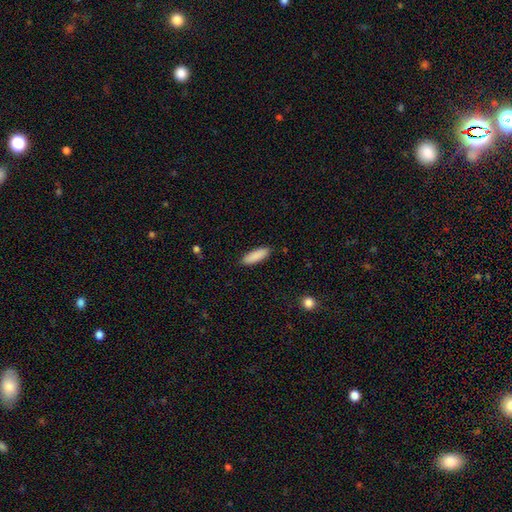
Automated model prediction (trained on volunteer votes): Smooth or featured? Predicted: smooth (p=0.89). How rounded? Predicted: in between (p=0.50). Merging? Predicted: none (p=0.89).